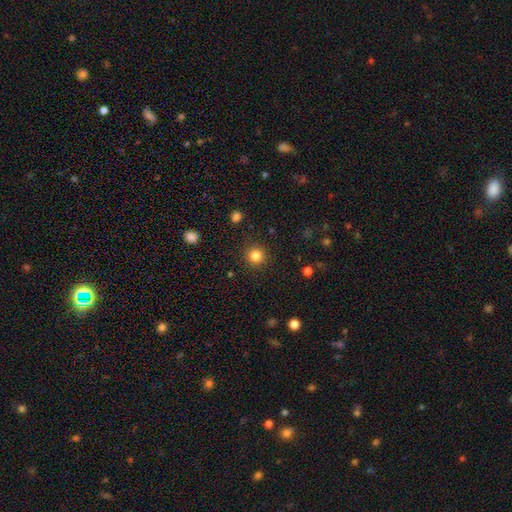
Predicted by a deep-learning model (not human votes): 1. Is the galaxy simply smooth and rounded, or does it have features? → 83% smooth, 12% star or artifact, 5% featured or disk.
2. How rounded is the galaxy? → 95% round, 4% in between, 1% cigar-shaped.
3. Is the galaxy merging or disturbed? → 91% none, 5% minor disturbance, 2% major disturbance, 1% merger.